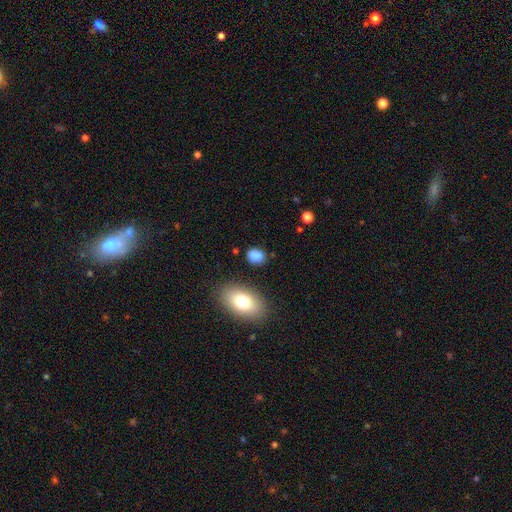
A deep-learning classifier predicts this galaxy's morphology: A smooth galaxy with no disk features (83%) that is in between round and cigar-shaped (59%). Merging: none (74%).